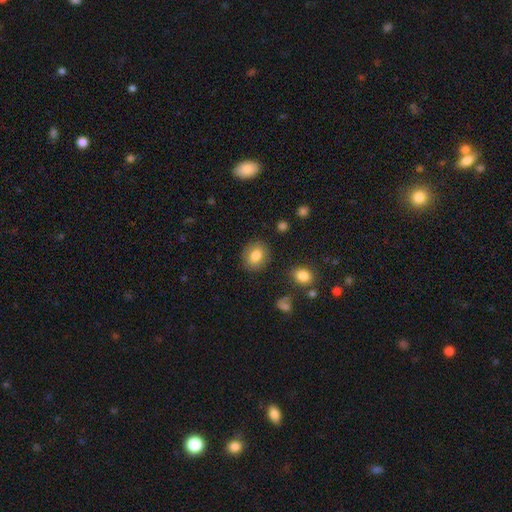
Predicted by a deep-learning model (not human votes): Smooth or featured: smooth — 81% (featured or disk — 10%)
How rounded: round — 57% (in between — 42%)
Merging: none — 85% (minor disturbance — 10%)